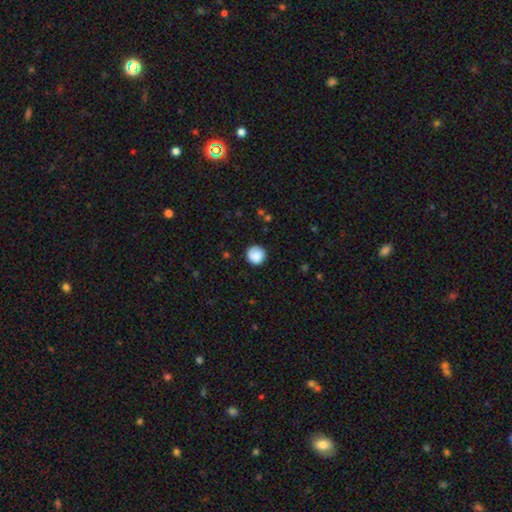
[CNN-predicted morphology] smooth 87%, star or artifact 8%, featured or disk 6%. Down the decision tree: how rounded — round (95%); merging — none (84%).